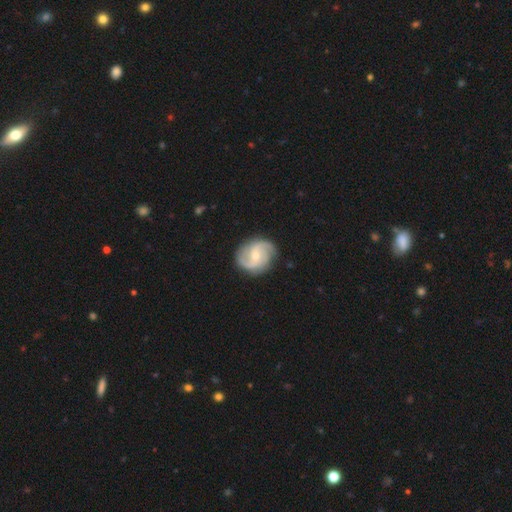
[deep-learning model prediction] The model was most divided on "bulge size": small: 55%, moderate: 41%, large: 1%, none: 1%, dominant: 1%. More confident: edge-on disk — no (98%); spiral arms — yes (97%); smooth or featured — featured or disk (86%); merging — none (82%); spiral arm count — 2 (68%); bar — no (56%); spiral winding — medium (52%).